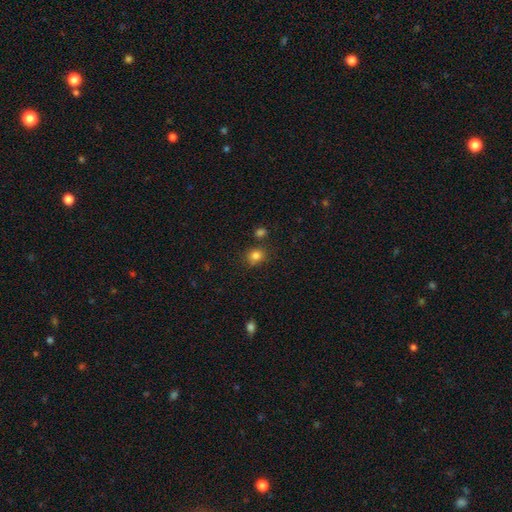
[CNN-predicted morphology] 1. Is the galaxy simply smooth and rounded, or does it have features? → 82% smooth, 13% star or artifact, 5% featured or disk.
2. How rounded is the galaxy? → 75% round, 24% in between, 1% cigar-shaped.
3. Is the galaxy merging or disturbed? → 76% none, 14% minor disturbance, 7% merger, 4% major disturbance.